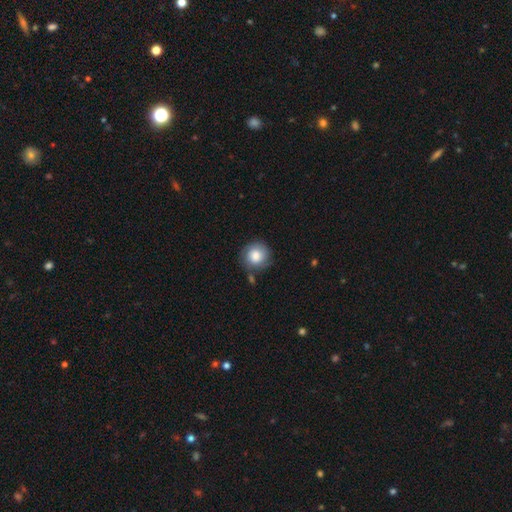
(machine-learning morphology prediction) This appears to be a smooth galaxy with no disk features (77%) that is round (91%). Merging: none (72%).